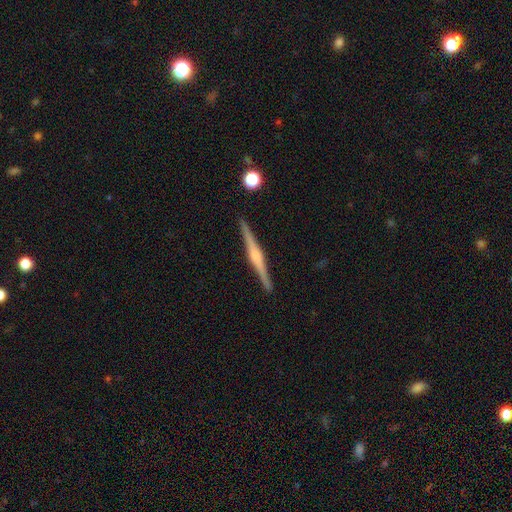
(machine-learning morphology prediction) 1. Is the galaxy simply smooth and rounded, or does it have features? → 81% featured or disk, 13% smooth, 5% star or artifact.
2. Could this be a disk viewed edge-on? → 99% yes, 1% no.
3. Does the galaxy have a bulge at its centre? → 72% rounded, 19% boxy, 9% none.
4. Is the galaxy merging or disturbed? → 92% none, 5% minor disturbance, 1% major disturbance, 1% merger.